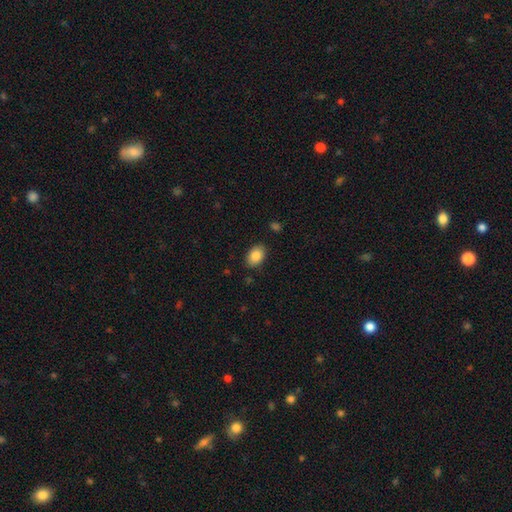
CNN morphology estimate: Smooth or featured: smooth — 86% (star or artifact — 7%)
How rounded: in between — 84% (round — 15%)
Merging: none — 86% (minor disturbance — 10%)